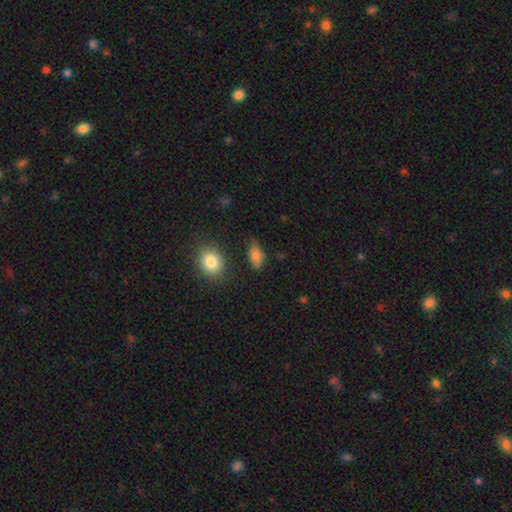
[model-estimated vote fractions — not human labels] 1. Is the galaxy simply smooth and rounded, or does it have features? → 78% smooth, 11% featured or disk, 11% star or artifact.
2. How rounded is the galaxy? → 86% in between, 9% round, 5% cigar-shaped.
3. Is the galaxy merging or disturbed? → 63% none, 26% minor disturbance, 7% major disturbance, 4% merger.